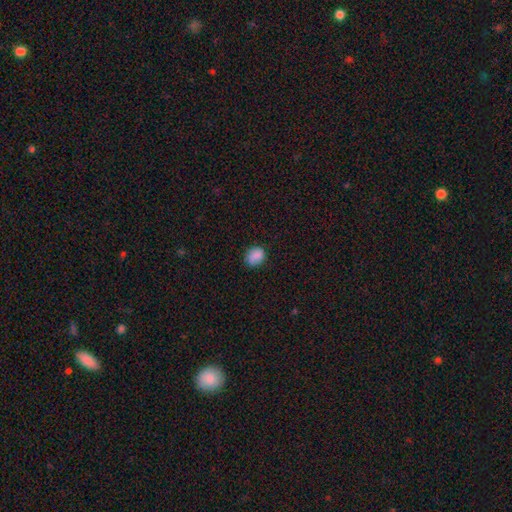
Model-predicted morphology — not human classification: This is clearly a smooth galaxy (86%). How rounded: possibly round (53%). Merging: likely none (77%).